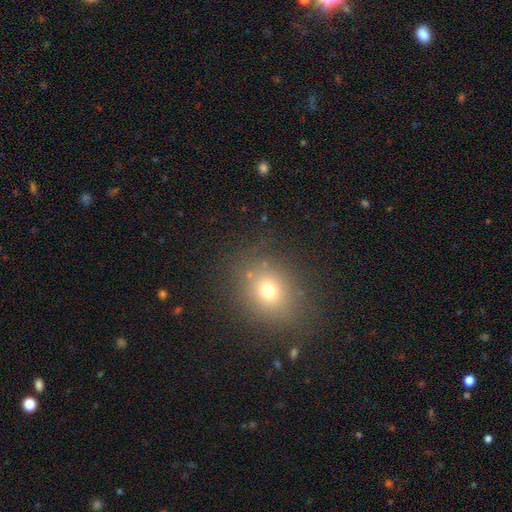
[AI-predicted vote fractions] The model was most divided on "how rounded": round: 59%, in between: 40%, cigar-shaped: 1%. More confident: merging — none (86%); smooth or featured — smooth (65%).